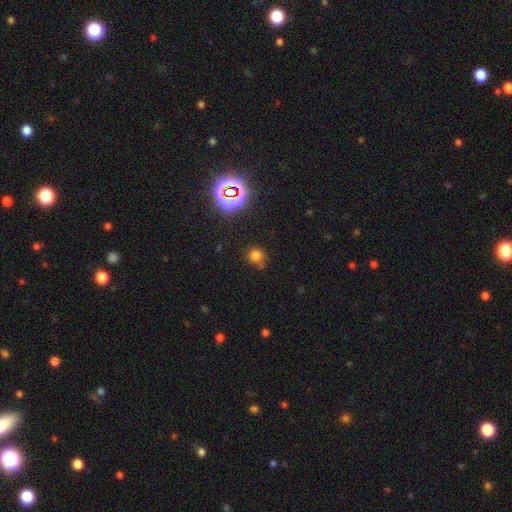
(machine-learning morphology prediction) A smooth galaxy with no disk features (70%) that is round (86%). Merging: none (70%).